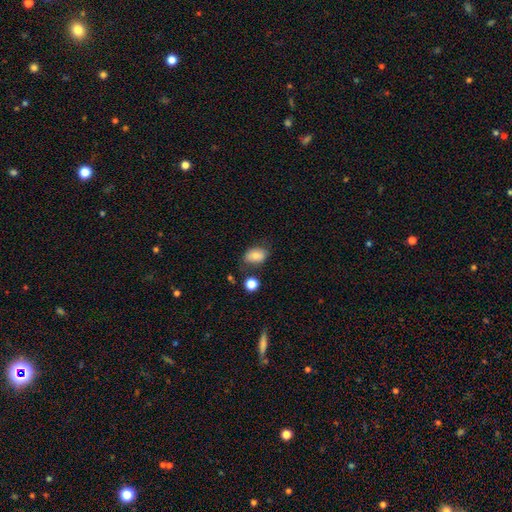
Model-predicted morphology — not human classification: A smooth galaxy with no disk features (79%) that is in between round and cigar-shaped (80%).

Vote fractions:
- Smooth or featured? smooth: 79% / featured or disk: 12% / star or artifact: 9%
- How rounded? in between: 80% / round: 18% / cigar-shaped: 1%
- Merging? none: 69% / minor disturbance: 20% / merger: 6% / major disturbance: 6%